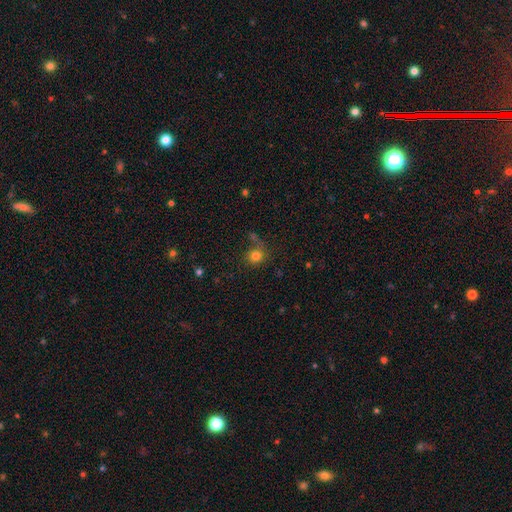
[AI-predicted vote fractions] Smooth or featured: smooth — 80% (star or artifact — 13%)
How rounded: round — 85% (in between — 14%)
Merging: none — 64% (minor disturbance — 14%)